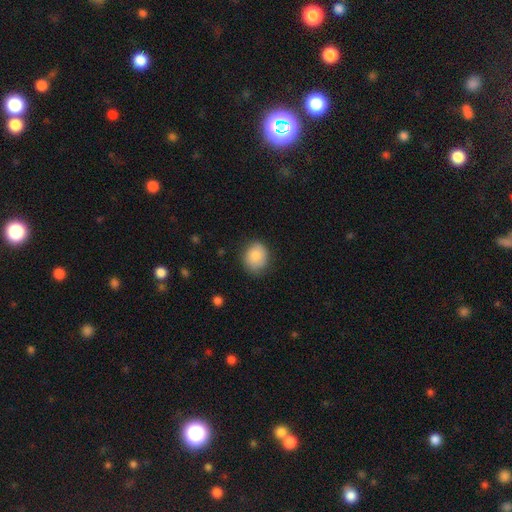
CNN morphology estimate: smooth 83%, featured or disk 9%, star or artifact 7%. Down the decision tree: how rounded — round (66%); merging — none (78%).